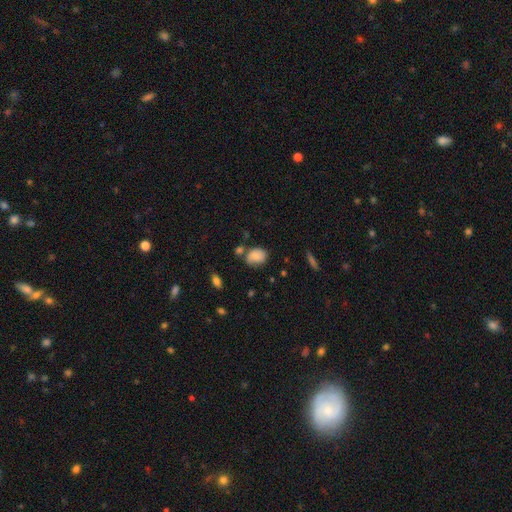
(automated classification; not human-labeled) smooth_or_featured: smooth (p=0.75) [alt: featured or disk p=0.17]
how_rounded: in between (p=0.53) [alt: round p=0.45]
merging: none (p=0.58) [alt: minor disturbance p=0.24]